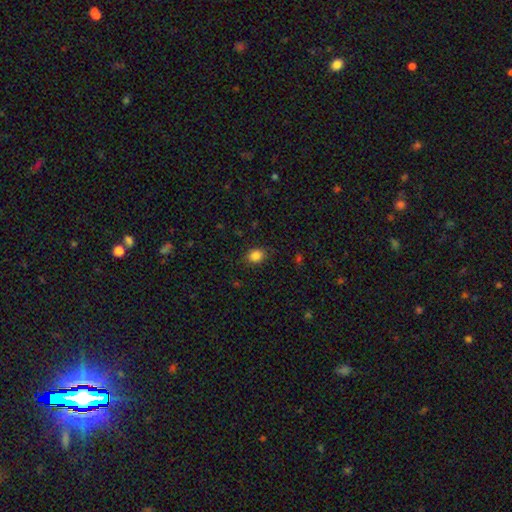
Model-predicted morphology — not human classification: Smooth or featured? Predicted: smooth (p=0.85). How rounded? Predicted: in between (p=0.53). Merging? Predicted: none (p=0.84).